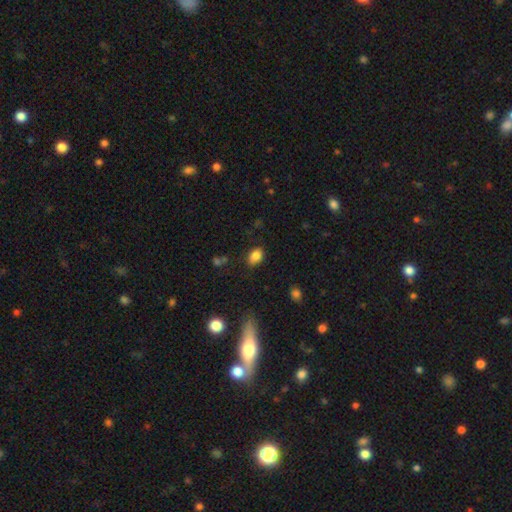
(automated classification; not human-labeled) The model was most divided on "merging": none: 76%, minor disturbance: 18%, major disturbance: 4%, merger: 2%. More confident: smooth or featured — smooth (85%); how rounded — in between (80%).